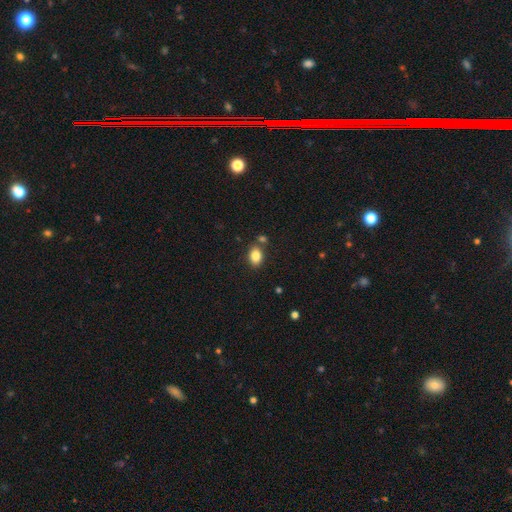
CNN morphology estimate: A smooth galaxy with no disk features (83%) that is in between round and cigar-shaped (77%).

Vote fractions:
- Smooth or featured? smooth: 83% / star or artifact: 9% / featured or disk: 7%
- How rounded? in between: 77% / round: 21% / cigar-shaped: 1%
- Merging? none: 76% / minor disturbance: 11% / merger: 10% / major disturbance: 3%